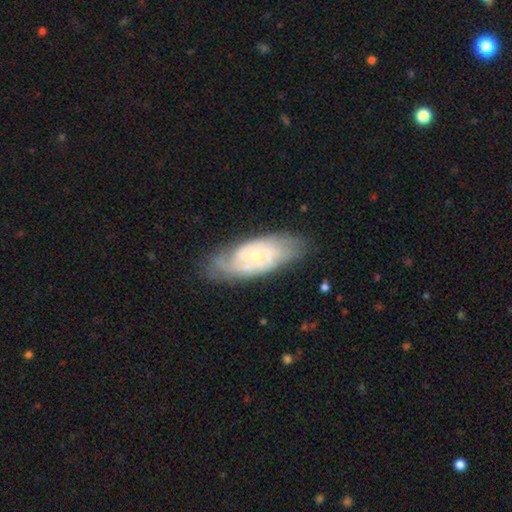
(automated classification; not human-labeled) This is likely a featured or disk galaxy (77%). It is clearly not viewed edge-on (92%). Bar: likely no (68%). Spiral arm pattern: clearly yes (91%). Spiral arm count: marginally 2 (37%). Spiral winding: possibly tight (57%). Central bulge: likely small (69%). Merging: likely none (71%).